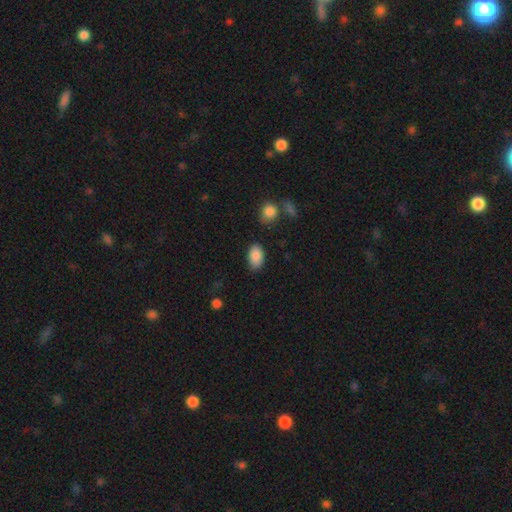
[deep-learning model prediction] smooth-or-featured: smooth: 88% | star or artifact: 7% | featured or disk: 5%
  how-rounded: in between: 92% | round: 7% | cigar-shaped: 1%
  merging: none: 81% | minor disturbance: 13% | major disturbance: 3% | merger: 2%